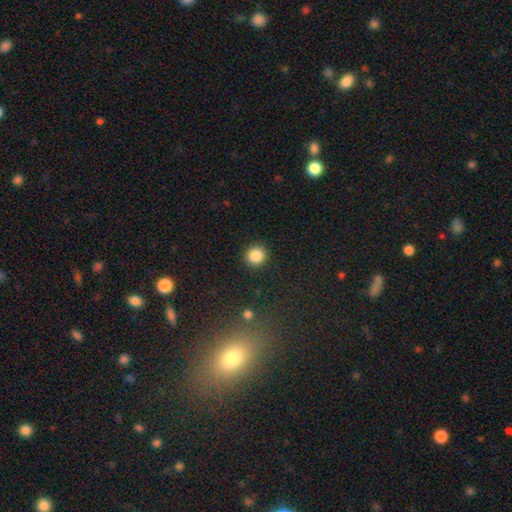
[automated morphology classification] Smooth or featured? Predicted: smooth (p=0.86). How rounded? Predicted: round (p=0.92). Merging? Predicted: none (p=0.91).